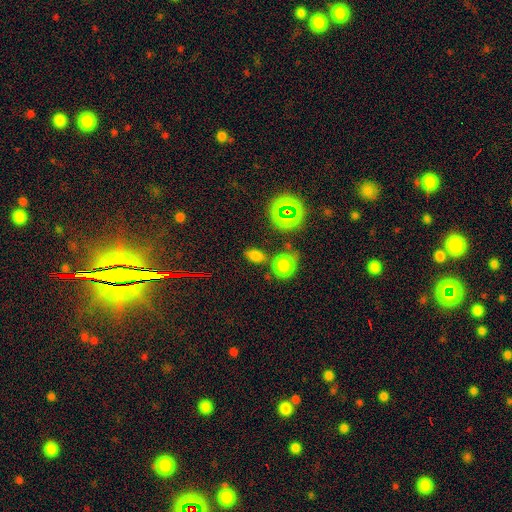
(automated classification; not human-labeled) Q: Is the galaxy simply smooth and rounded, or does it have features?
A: smooth — 67%.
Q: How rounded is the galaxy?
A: in between — 73%.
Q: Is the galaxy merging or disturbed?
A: none — 72%.